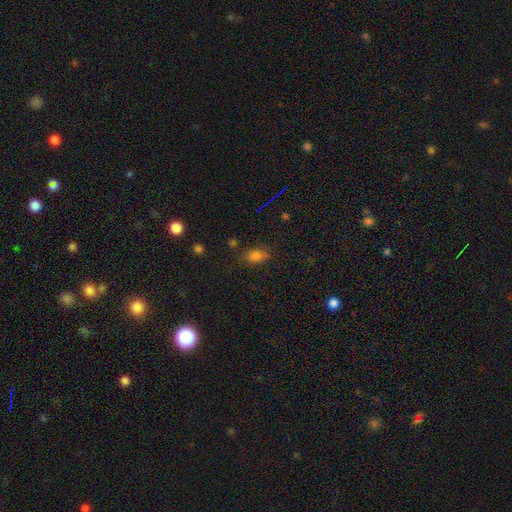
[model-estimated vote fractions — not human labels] smooth 74%, star or artifact 17%, featured or disk 9%. Down the decision tree: how rounded — in between (74%); merging — none (74%).